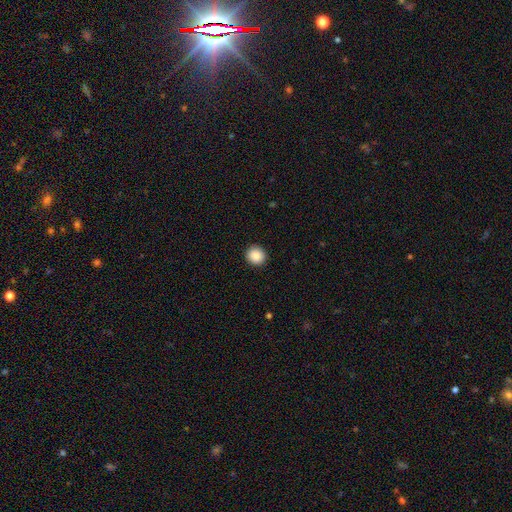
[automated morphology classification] The model was most divided on "how rounded": round: 89%, in between: 10%, cigar-shaped: 1%. More confident: merging — none (92%); smooth or featured — smooth (89%).